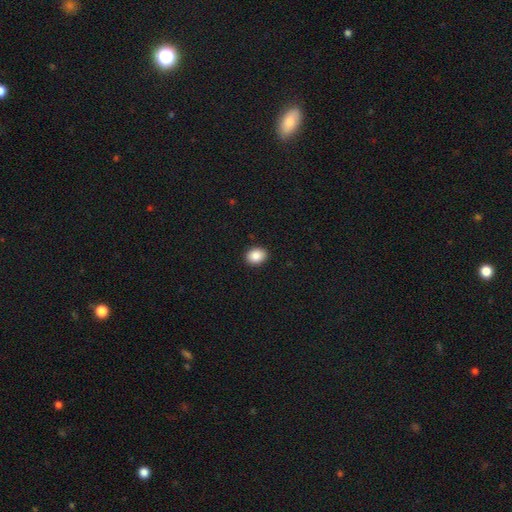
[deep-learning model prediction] smooth_or_featured: smooth (p=0.88) [alt: star or artifact p=0.08]
how_rounded: in between (p=0.52) [alt: round p=0.47]
merging: none (p=0.91) [alt: minor disturbance p=0.06]